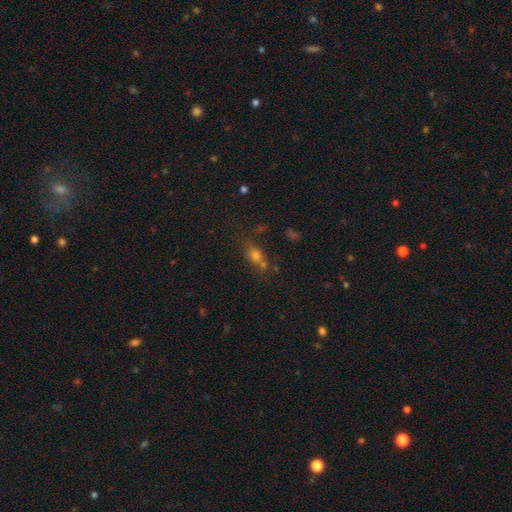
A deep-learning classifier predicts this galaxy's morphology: Smooth or featured: smooth — 60% (star or artifact — 26%)
How rounded: in between — 51% (round — 40%)
Merging: none — 56% (merger — 22%)